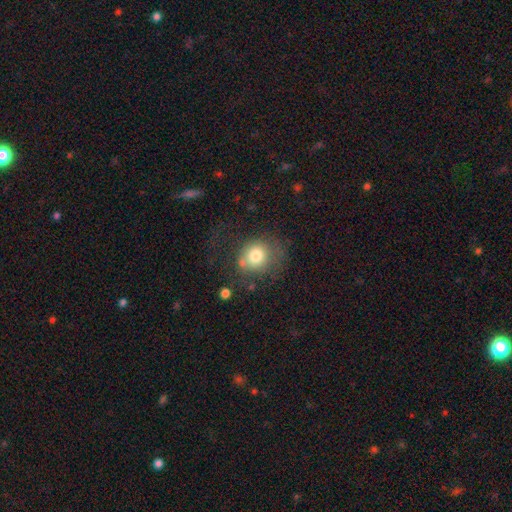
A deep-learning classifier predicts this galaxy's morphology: A smooth galaxy with no disk features (74%) that is round (73%). Merging: none (50%).